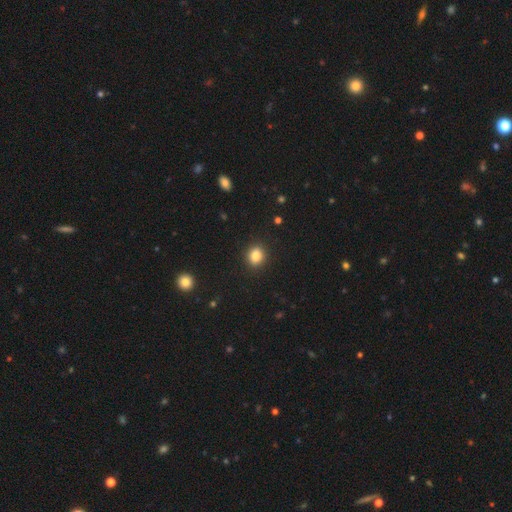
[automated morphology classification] Overall: smooth (84%). How rounded: round (64%; in between 35%). Merging: none (90%).